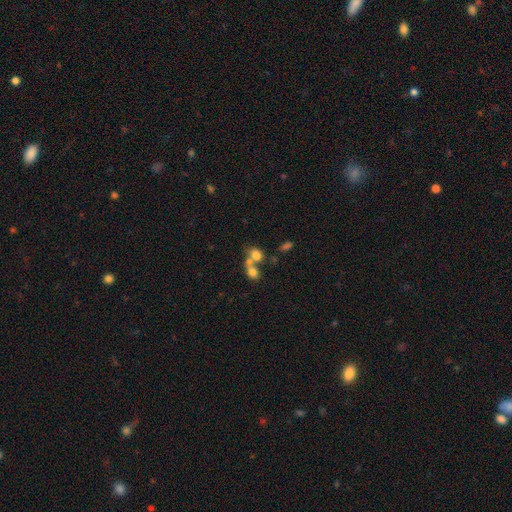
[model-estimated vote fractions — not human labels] Morphology: type=smooth (71%); roundness=in between (51%); merging=merger (59%).